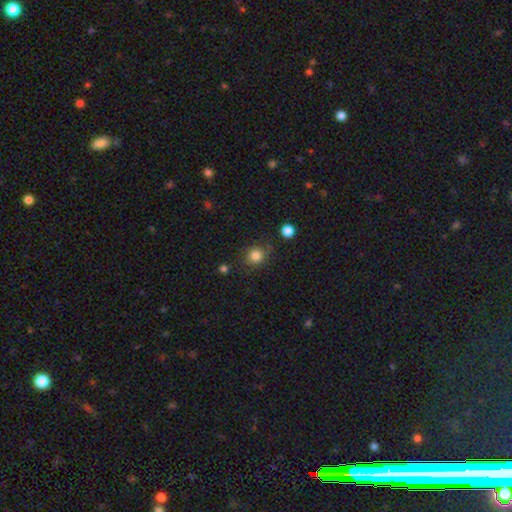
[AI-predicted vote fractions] Smooth or featured: smooth — 83% (star or artifact — 12%)
How rounded: round — 81% (in between — 18%)
Merging: none — 78% (minor disturbance — 14%)